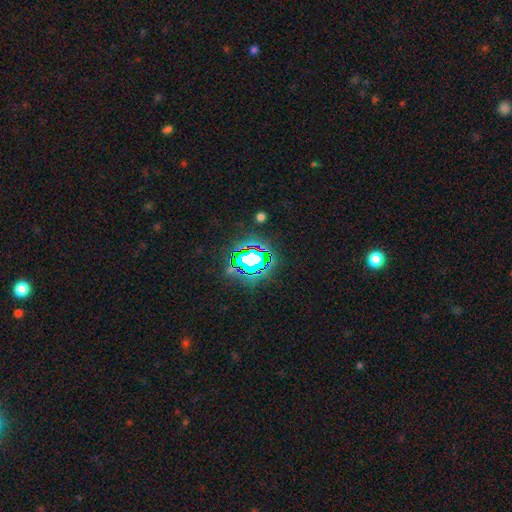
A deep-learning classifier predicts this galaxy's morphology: smooth-or-featured: star or artifact: 69% | smooth: 18% | featured or disk: 13%